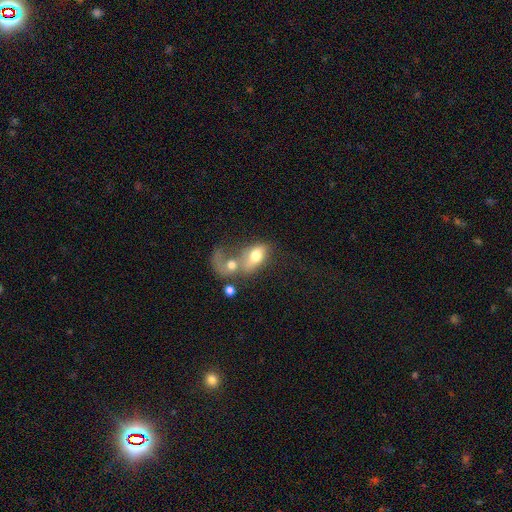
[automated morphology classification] type=smooth (59%); roundness=in between (79%); merging=merger (67%).